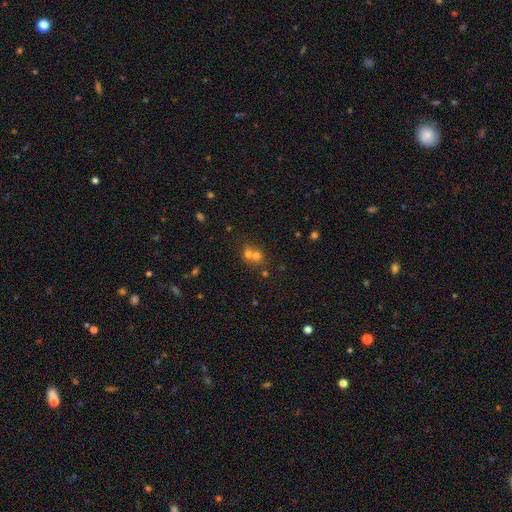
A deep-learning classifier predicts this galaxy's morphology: Smooth or featured? Predicted: smooth (p=0.63). How rounded? Predicted: round (p=0.78). Merging? Predicted: merger (p=0.58).